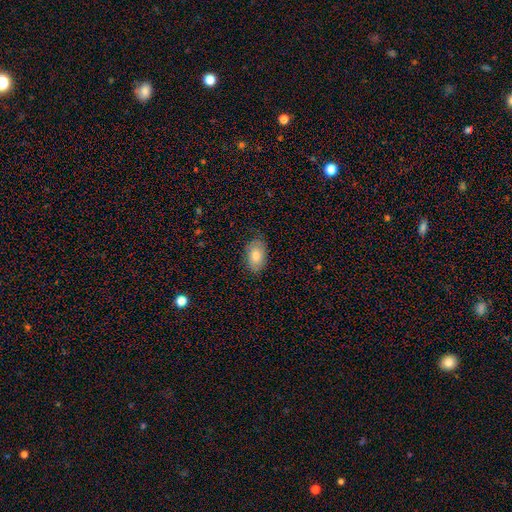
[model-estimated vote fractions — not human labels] smooth 73%, featured or disk 19%, star or artifact 8%. Down the decision tree: how rounded — in between (88%); merging — none (79%).